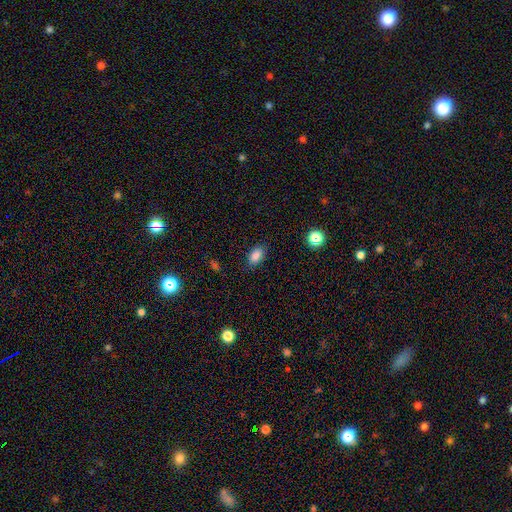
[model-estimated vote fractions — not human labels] This appears to be a smooth galaxy with no disk features (85%) that is in between round and cigar-shaped (90%). Merging: none (85%).